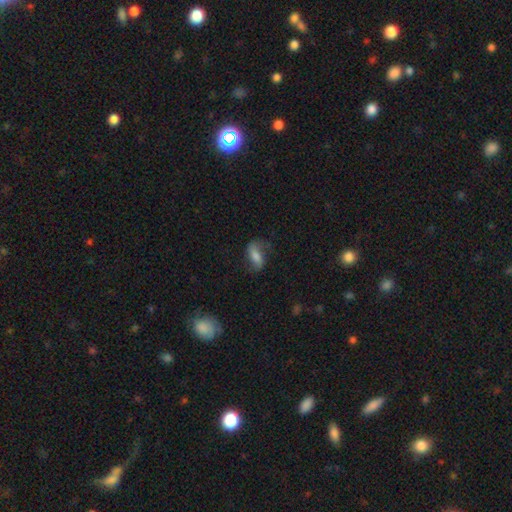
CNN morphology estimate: Q: Smooth or featured?
A: smooth (47%); runner-up: featured or disk (44%)
Q: Merging?
A: none (63%); runner-up: minor disturbance (22%)